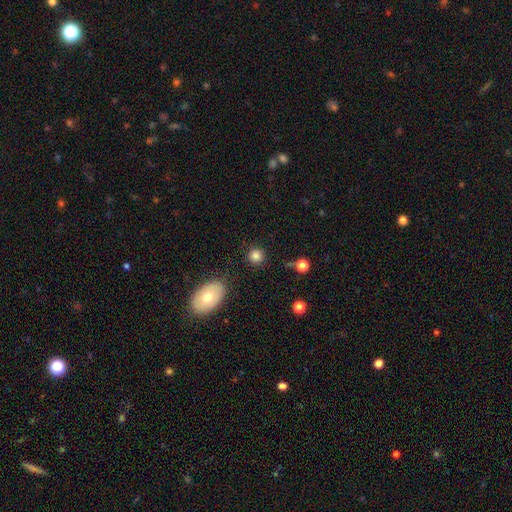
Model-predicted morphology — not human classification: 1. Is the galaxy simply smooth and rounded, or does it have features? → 82% smooth, 11% star or artifact, 7% featured or disk.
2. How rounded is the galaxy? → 89% round, 10% in between, 1% cigar-shaped.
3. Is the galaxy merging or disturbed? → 87% none, 8% minor disturbance, 3% major disturbance, 2% merger.